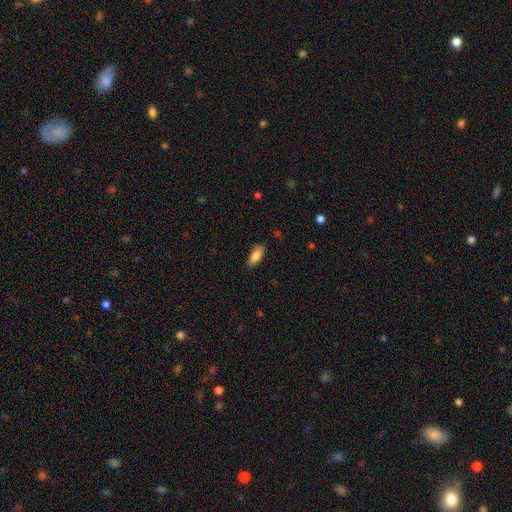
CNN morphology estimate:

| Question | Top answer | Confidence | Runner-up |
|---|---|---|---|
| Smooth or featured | smooth | 82% | featured or disk (11%) |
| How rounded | in between | 76% | cigar-shaped (22%) |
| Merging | none | 83% | minor disturbance (13%) |